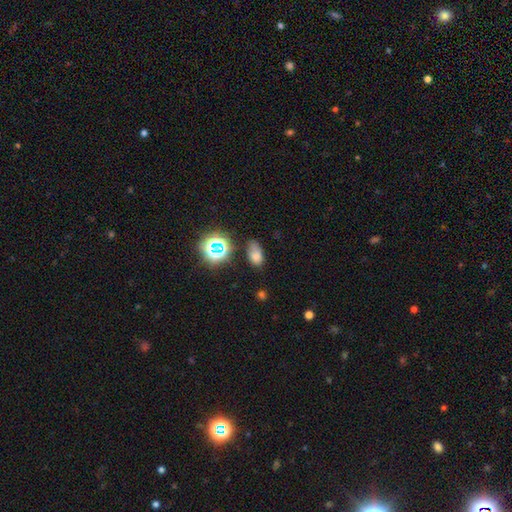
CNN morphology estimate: smooth 69%, star or artifact 21%, featured or disk 10%. Down the decision tree: how rounded — in between (86%); merging — none (53%).